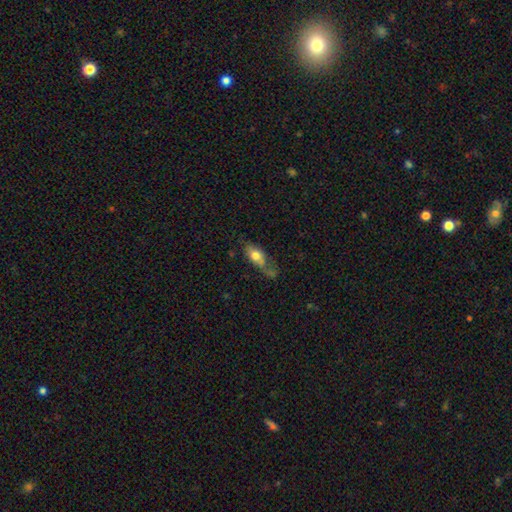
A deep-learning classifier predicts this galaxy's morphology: smooth_or_featured: smooth (p=0.67) [alt: featured or disk p=0.25]
how_rounded: in between (p=0.77) [alt: cigar-shaped p=0.15]
merging: none (p=0.34) [alt: minor disturbance p=0.28]